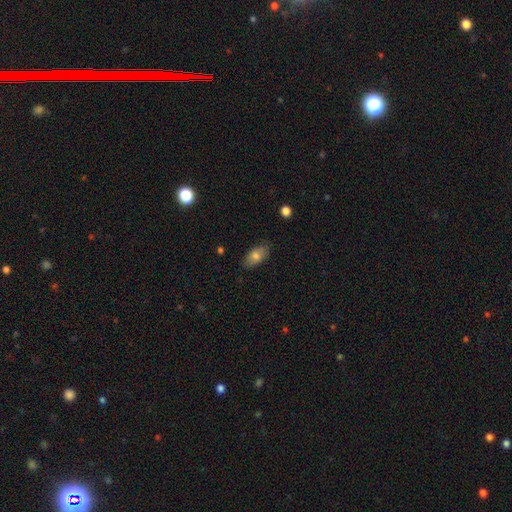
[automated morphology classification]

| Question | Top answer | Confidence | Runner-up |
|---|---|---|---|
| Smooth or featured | smooth | 75% | featured or disk (18%) |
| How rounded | in between | 89% | cigar-shaped (7%) |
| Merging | none | 80% | minor disturbance (16%) |